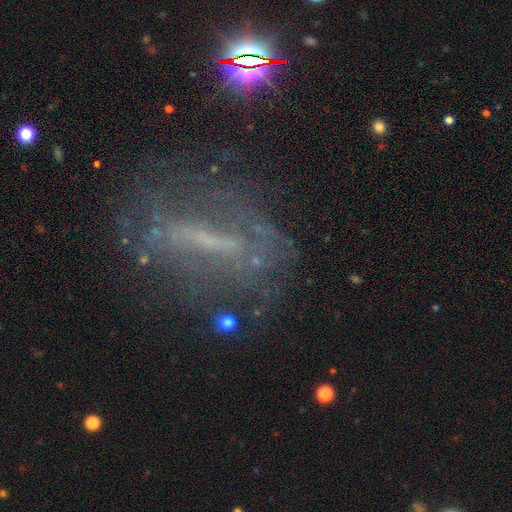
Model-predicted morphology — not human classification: Smooth or featured? featured or disk (63%)
Edge-on disk? no (74%)
Merging? none (57%)